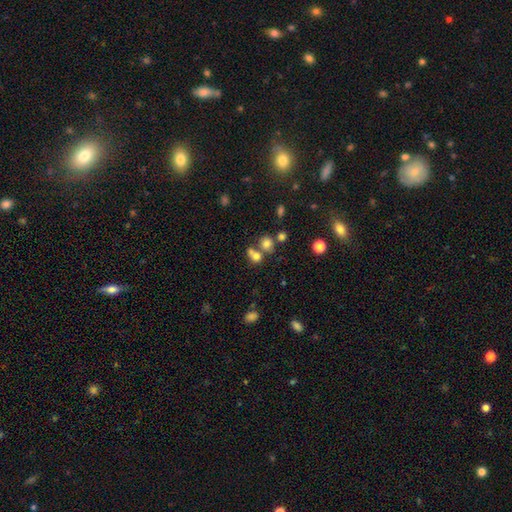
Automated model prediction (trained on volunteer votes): The model was most divided on "merging": merger: 46%, none: 40%, minor disturbance: 8%, major disturbance: 5%. More confident: smooth or featured — smooth (72%); how rounded — round (70%).